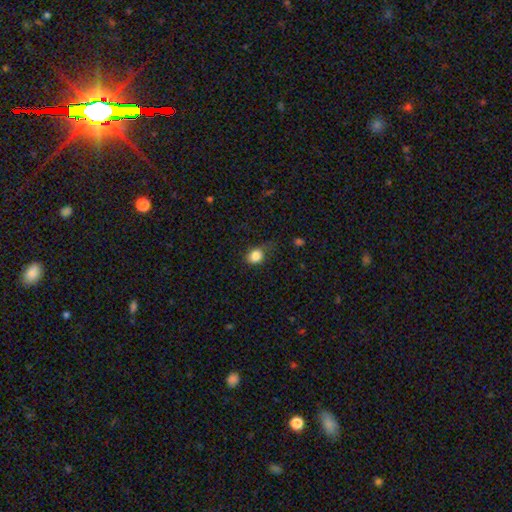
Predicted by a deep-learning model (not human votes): A smooth galaxy with no disk features (84%) that is round (55%). Merging: none (56%).